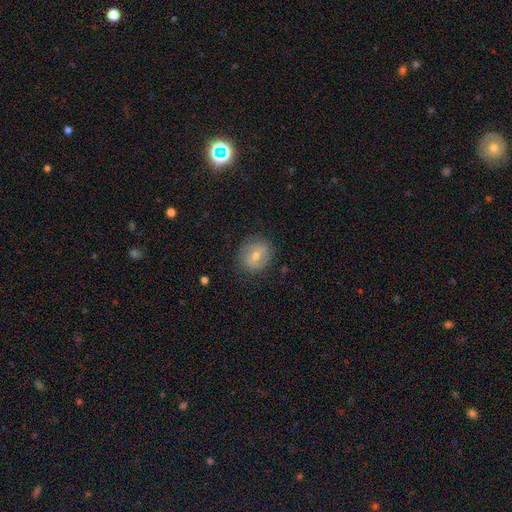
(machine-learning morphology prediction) smooth-or-featured: smooth: 47% | featured or disk: 39% | star or artifact: 14%
  merging: none: 84% | minor disturbance: 11% | major disturbance: 4% | merger: 1%